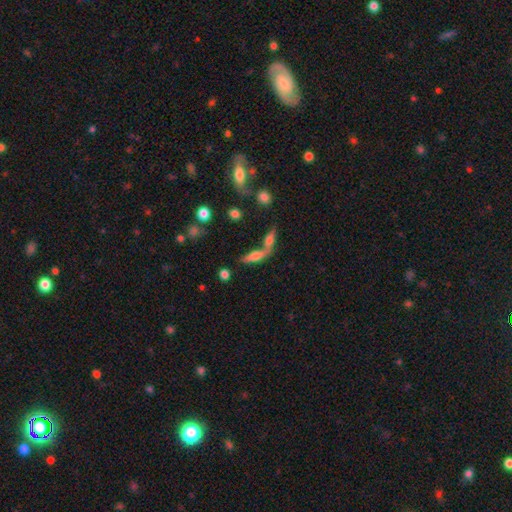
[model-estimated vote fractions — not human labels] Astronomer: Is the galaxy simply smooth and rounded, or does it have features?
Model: smooth — 57% (runner-up: featured or disk, 32%).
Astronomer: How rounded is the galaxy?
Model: in between — 48% (runner-up: cigar-shaped, 47%).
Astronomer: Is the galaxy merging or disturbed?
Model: merger — 53% (runner-up: none, 32%).